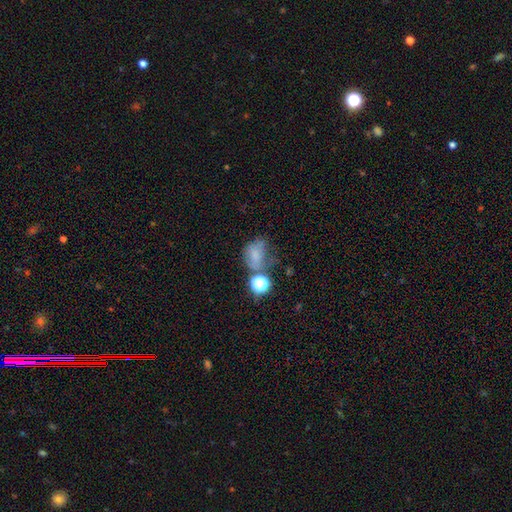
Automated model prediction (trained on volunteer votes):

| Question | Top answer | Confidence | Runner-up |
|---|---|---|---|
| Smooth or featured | smooth | 58% | star or artifact (21%) |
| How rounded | in between | 59% | round (39%) |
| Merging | none | 32% | major disturbance (26%) |